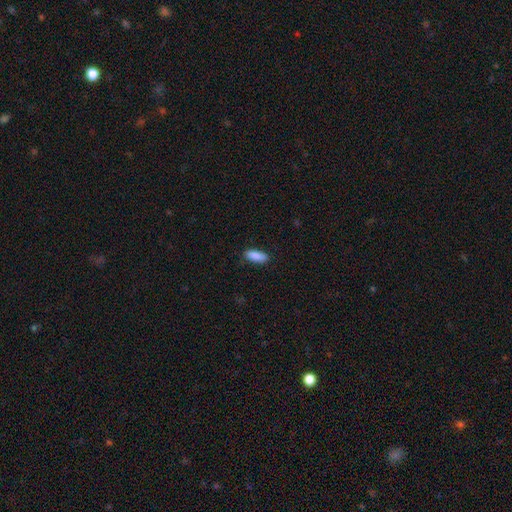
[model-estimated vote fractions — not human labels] smooth 89%, star or artifact 7%, featured or disk 4%. Down the decision tree: how rounded — in between (75%); merging — none (83%).